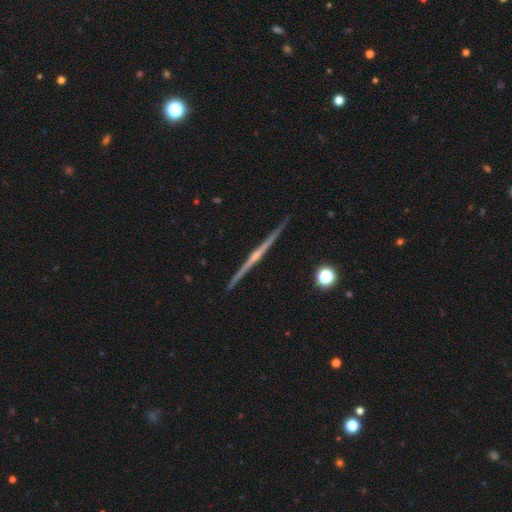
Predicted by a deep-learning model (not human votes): Overall: featured or disk (85%). Edge-on disk: yes (99%). Edge-on bulge: rounded (70%). Merging: none (92%).